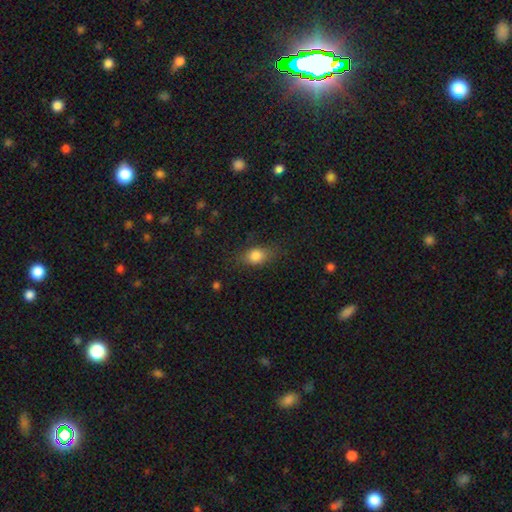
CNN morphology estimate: smooth_or_featured: smooth (p=0.82) [alt: star or artifact p=0.09]
how_rounded: in between (p=0.75) [alt: round p=0.20]
merging: none (p=0.75) [alt: minor disturbance p=0.17]